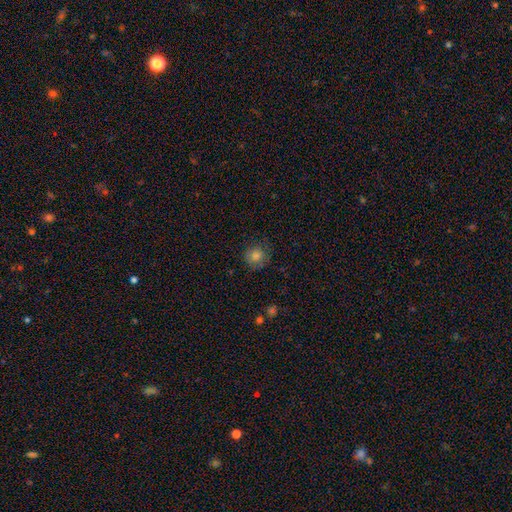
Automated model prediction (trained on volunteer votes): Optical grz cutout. It shows a smooth galaxy with no disk features (78%) that is round (89%). Merging: none (81%).